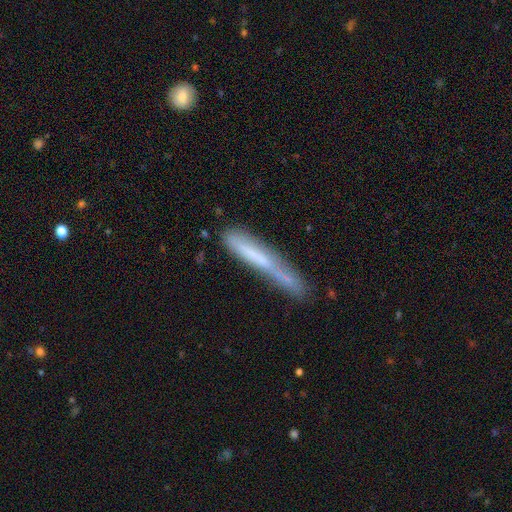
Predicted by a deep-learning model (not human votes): smooth_or_featured: smooth (p=0.54) [alt: featured or disk p=0.38]
how_rounded: cigar-shaped (p=0.95) [alt: in between p=0.04]
merging: none (p=0.60) [alt: minor disturbance p=0.25]